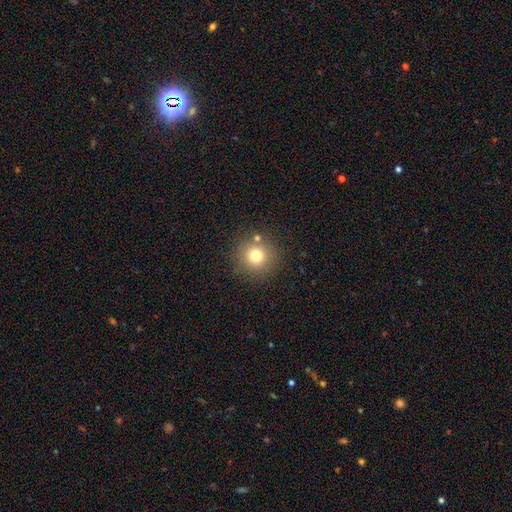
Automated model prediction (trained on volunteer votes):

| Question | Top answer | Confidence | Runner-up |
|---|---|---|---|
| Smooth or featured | smooth | 75% | star or artifact (15%) |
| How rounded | round | 94% | in between (5%) |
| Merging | none | 82% | minor disturbance (8%) |